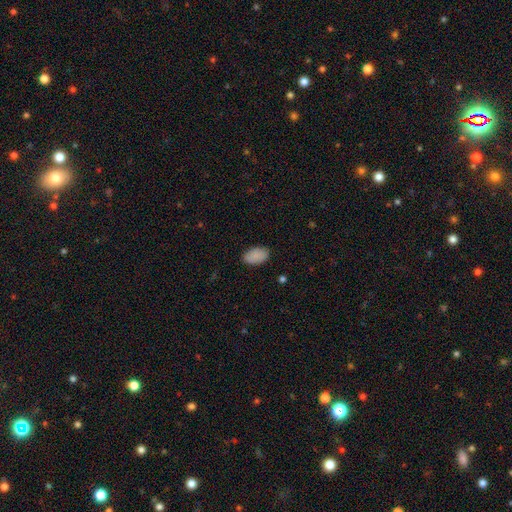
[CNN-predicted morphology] This is clearly a smooth galaxy (89%). How rounded: clearly in between (93%). Merging: clearly none (85%).